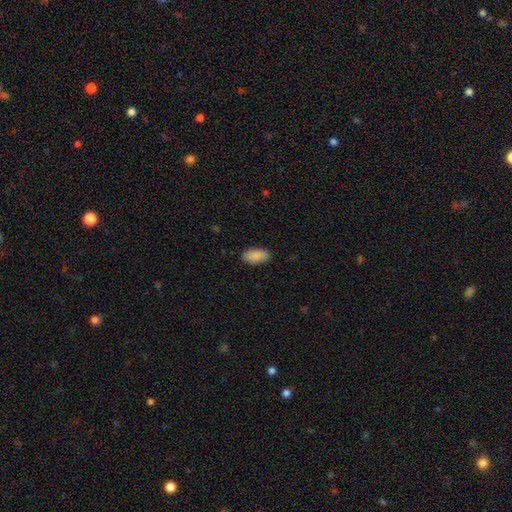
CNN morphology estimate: This appears to be a smooth galaxy with no disk features (88%) that is in between round and cigar-shaped (93%). Merging: none (85%).